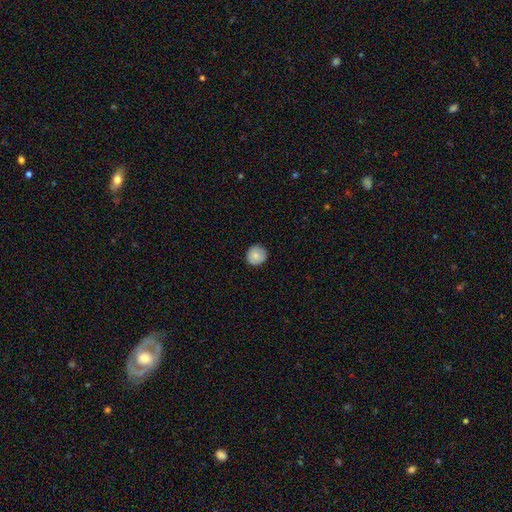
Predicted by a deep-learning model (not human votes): The model was most divided on "smooth or featured": smooth: 81%, featured or disk: 11%, star or artifact: 8%. More confident: how rounded — round (93%); merging — none (88%).